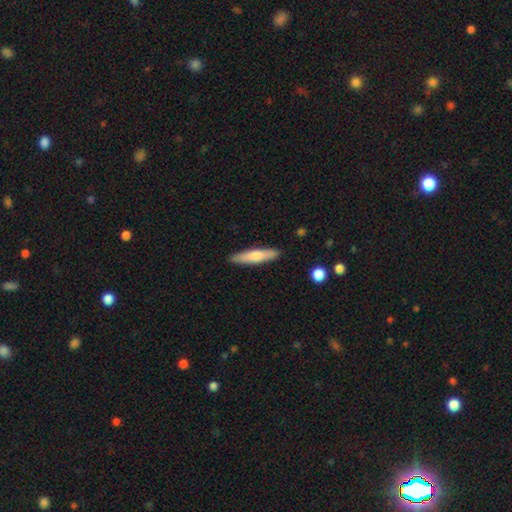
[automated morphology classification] Q: Smooth or featured?
A: smooth (68%); runner-up: featured or disk (26%)
Q: How rounded?
A: cigar-shaped (84%); runner-up: in between (15%)
Q: Merging?
A: none (89%); runner-up: minor disturbance (8%)